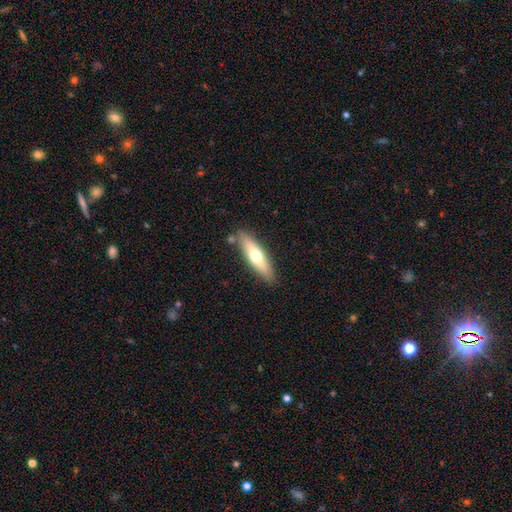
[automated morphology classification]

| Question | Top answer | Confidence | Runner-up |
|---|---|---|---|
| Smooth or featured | smooth | 56% | featured or disk (38%) |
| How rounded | cigar-shaped | 67% | in between (32%) |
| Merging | none | 82% | minor disturbance (12%) |